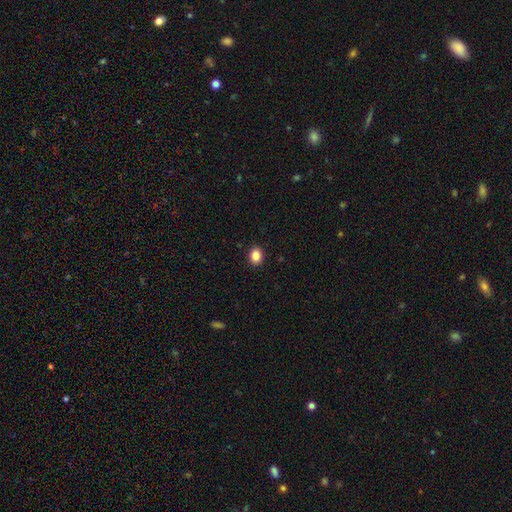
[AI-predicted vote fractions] Smooth or featured?
  - smooth: 86% *
  - star or artifact: 10%
  - featured or disk: 4%
How rounded?
  - in between: 52% *
  - round: 48%
  - cigar-shaped: 1%
Merging?
  - none: 91% *
  - minor disturbance: 6%
  - major disturbance: 2%
  - merger: 1%